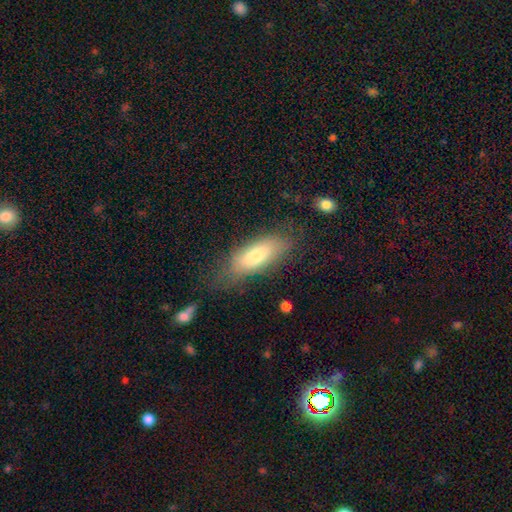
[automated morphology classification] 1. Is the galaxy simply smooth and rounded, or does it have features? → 74% smooth, 19% featured or disk, 7% star or artifact.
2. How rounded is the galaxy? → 72% in between, 26% cigar-shaped, 2% round.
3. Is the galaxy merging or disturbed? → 65% none, 22% minor disturbance, 10% major disturbance, 2% merger.